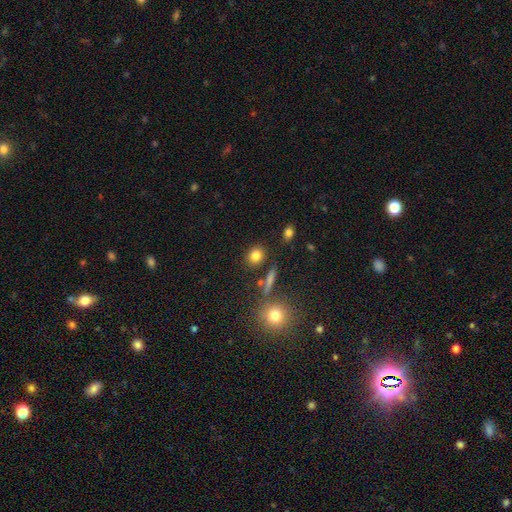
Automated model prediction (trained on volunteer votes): Morphology: type=smooth (82%); roundness=round (69%); merging=none (84%).